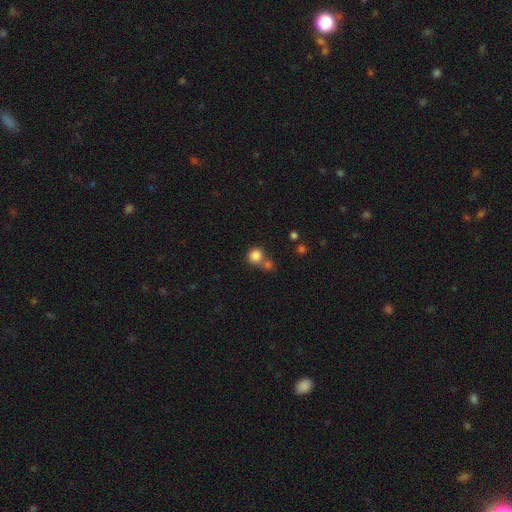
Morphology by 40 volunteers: Smooth or featured? 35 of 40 (88%) said smooth. How rounded? 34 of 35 (97%) said round. Merging? 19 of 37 (51%) said none.